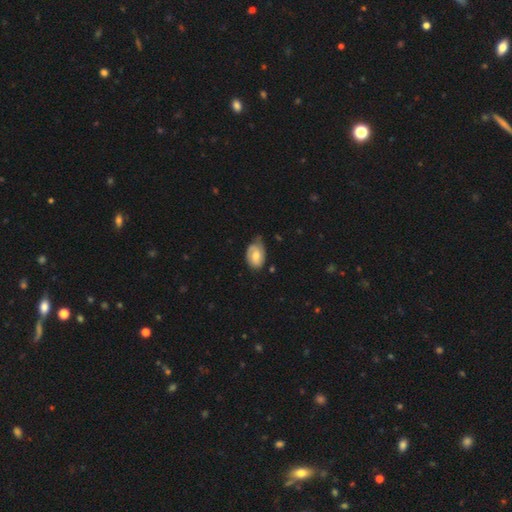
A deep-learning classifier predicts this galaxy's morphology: smooth-or-featured: smooth: 48% | featured or disk: 46% | star or artifact: 6%
  merging: none: 55% | minor disturbance: 35% | major disturbance: 8% | merger: 2%